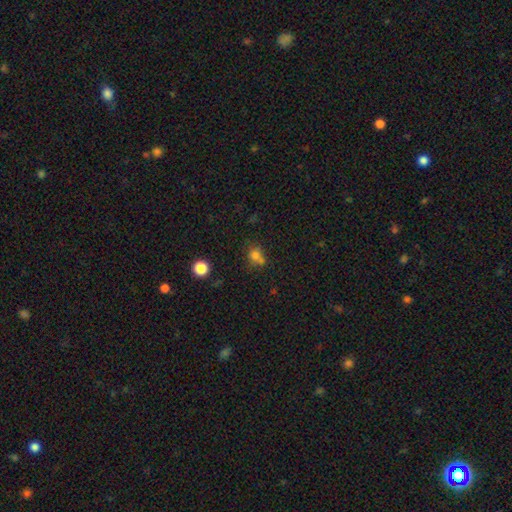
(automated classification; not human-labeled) smooth-or-featured: smooth: 73% | star or artifact: 17% | featured or disk: 10%
  how-rounded: round: 75% | in between: 24% | cigar-shaped: 1%
  merging: none: 49% | merger: 33% | minor disturbance: 13% | major disturbance: 5%